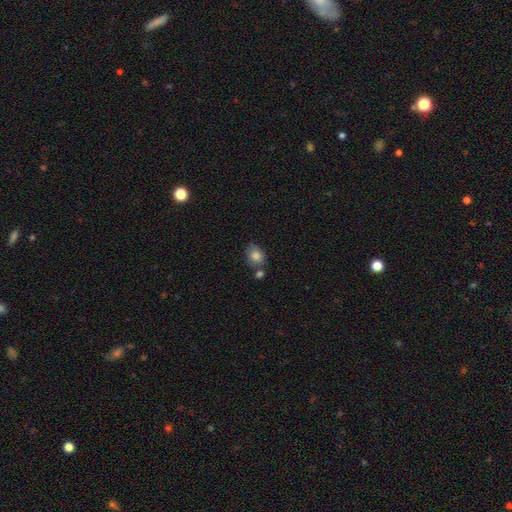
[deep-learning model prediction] This is clearly a smooth galaxy (82%). How rounded: possibly in between (51%). Merging: possibly none (56%).